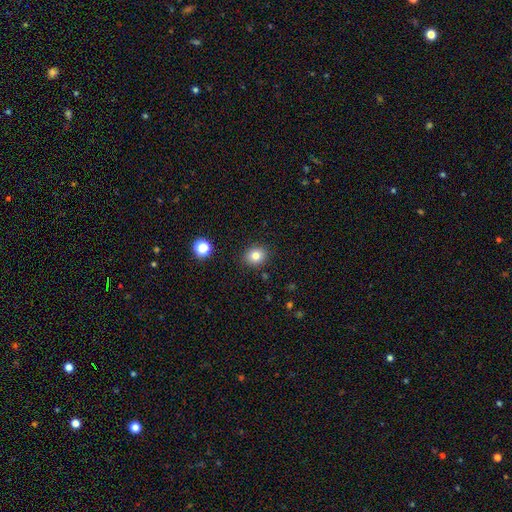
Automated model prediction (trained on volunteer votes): This is clearly a smooth galaxy (81%). How rounded: likely round (69%). Merging: clearly none (89%).